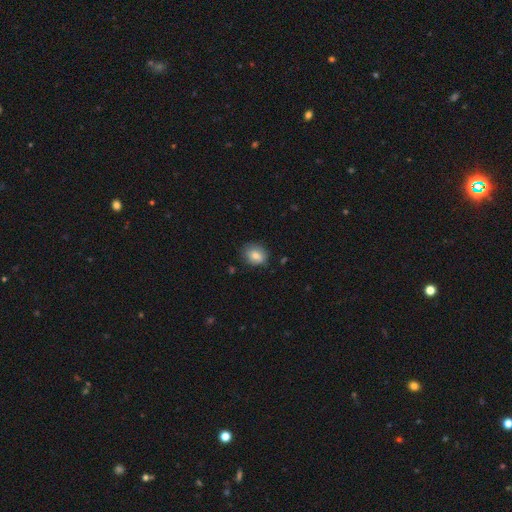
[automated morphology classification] A smooth galaxy with no disk features (81%) that is round (56%).

Vote fractions:
- Smooth or featured? smooth: 81% / featured or disk: 10% / star or artifact: 9%
- How rounded? round: 56% / in between: 43% / cigar-shaped: 1%
- Merging? none: 78% / minor disturbance: 18% / major disturbance: 3% / merger: 1%